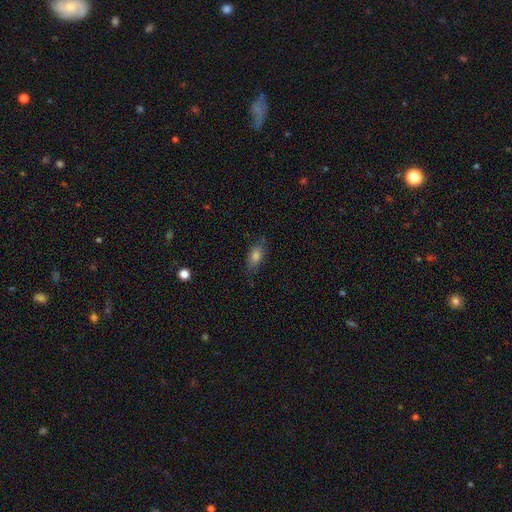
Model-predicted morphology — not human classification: Q: Smooth or featured?
A: smooth (74%); runner-up: featured or disk (15%)
Q: How rounded?
A: in between (78%); runner-up: cigar-shaped (14%)
Q: Merging?
A: none (79%); runner-up: minor disturbance (16%)